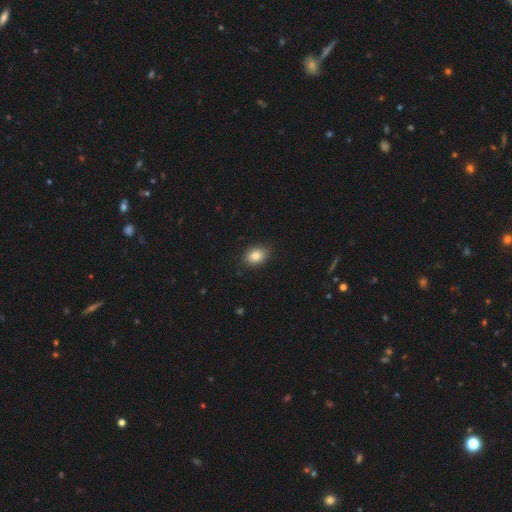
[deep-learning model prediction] This is clearly a smooth galaxy (85%). How rounded: likely in between (69%). Merging: clearly none (86%).